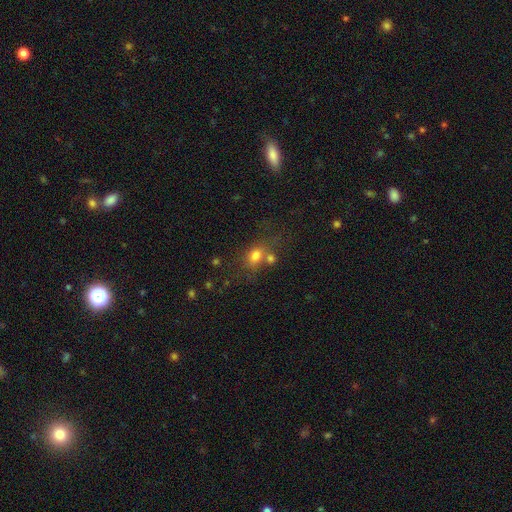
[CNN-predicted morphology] smooth_or_featured: smooth (p=0.74) [alt: star or artifact p=0.14]
how_rounded: in between (p=0.61) [alt: round p=0.36]
merging: none (p=0.43) [alt: merger p=0.34]